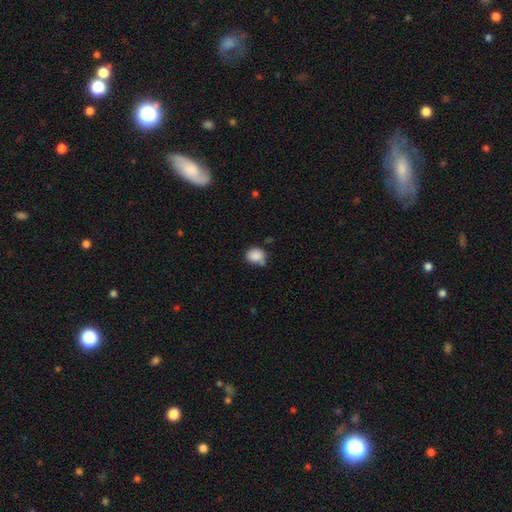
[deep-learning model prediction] Smooth or featured?
  - smooth: 87% *
  - star or artifact: 9%
  - featured or disk: 4%
How rounded?
  - round: 60% *
  - in between: 39%
  - cigar-shaped: 1%
Merging?
  - none: 60% *
  - minor disturbance: 23%
  - merger: 11%
  - major disturbance: 5%